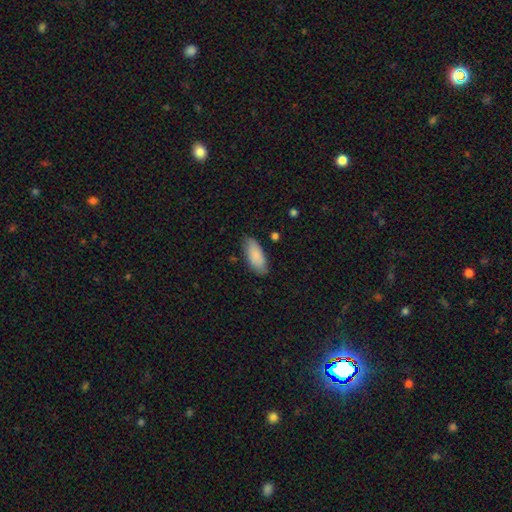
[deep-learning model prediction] smooth_or_featured: smooth (p=0.87) [alt: featured or disk p=0.07]
how_rounded: in between (p=0.85) [alt: cigar-shaped p=0.13]
merging: none (p=0.79) [alt: minor disturbance p=0.17]